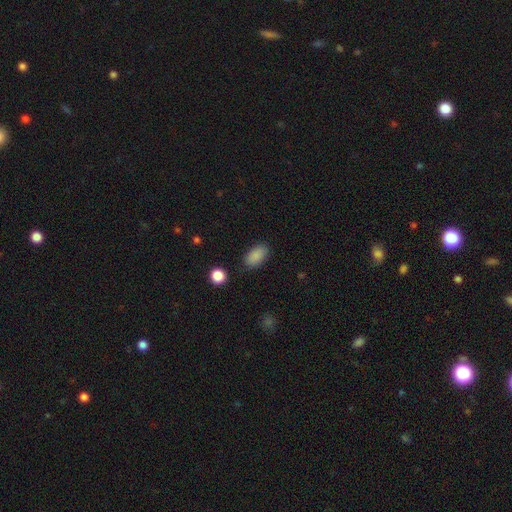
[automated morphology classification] Smooth or featured? smooth (87%)
How rounded? in between (92%)
Merging? none (84%)